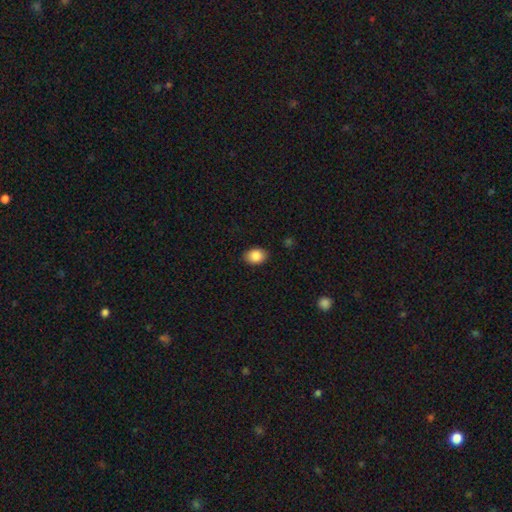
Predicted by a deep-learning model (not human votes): Morphology: type=smooth (87%); roundness=in between (74%); merging=none (88%).